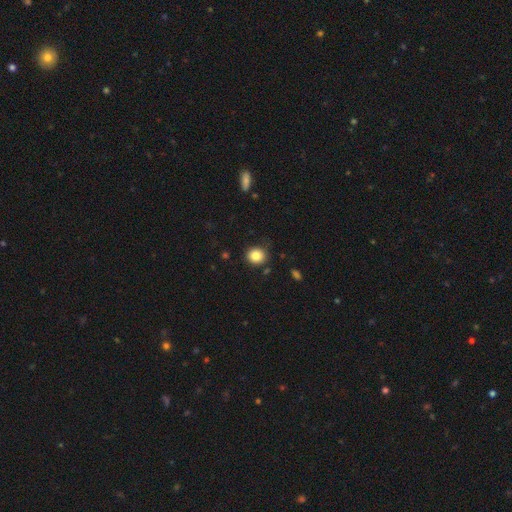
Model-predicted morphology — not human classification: Smooth or featured?
  - smooth: 84% *
  - star or artifact: 10%
  - featured or disk: 6%
How rounded?
  - round: 84% *
  - in between: 15%
  - cigar-shaped: 1%
Merging?
  - none: 85% *
  - minor disturbance: 10%
  - major disturbance: 3%
  - merger: 2%